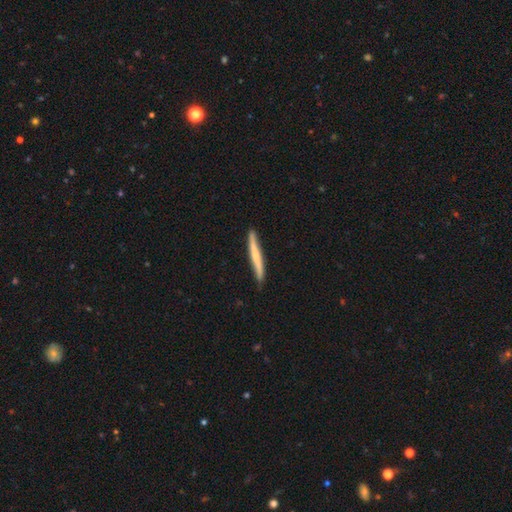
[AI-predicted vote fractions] featured or disk 48%, smooth 46%, star or artifact 5%. Down the decision tree: merging — none (85%).